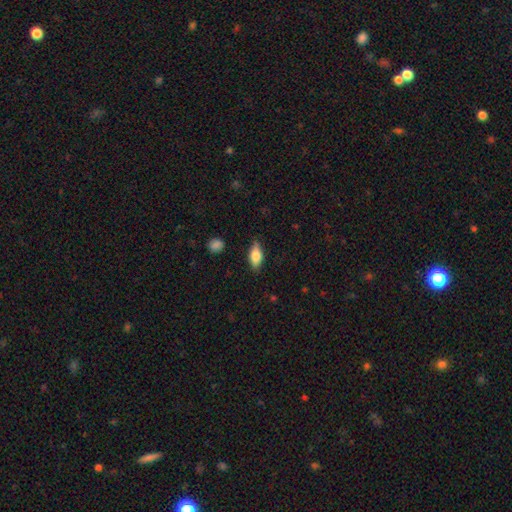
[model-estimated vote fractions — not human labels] Smooth or featured: smooth — 74% (featured or disk — 19%)
How rounded: in between — 83% (cigar-shaped — 13%)
Merging: none — 82% (minor disturbance — 14%)